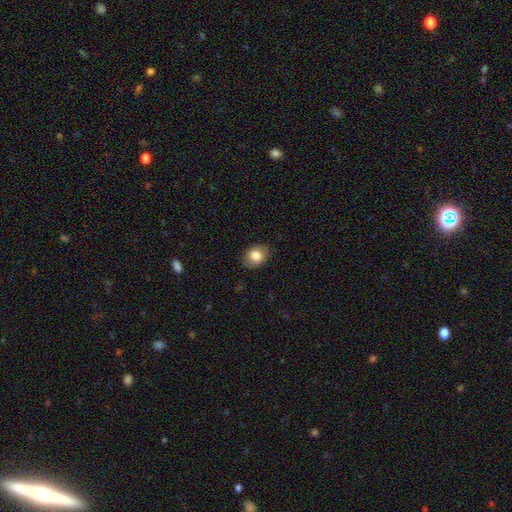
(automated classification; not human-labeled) Smooth or featured? Predicted: smooth (p=0.82). How rounded? Predicted: in between (p=0.59). Merging? Predicted: none (p=0.82).